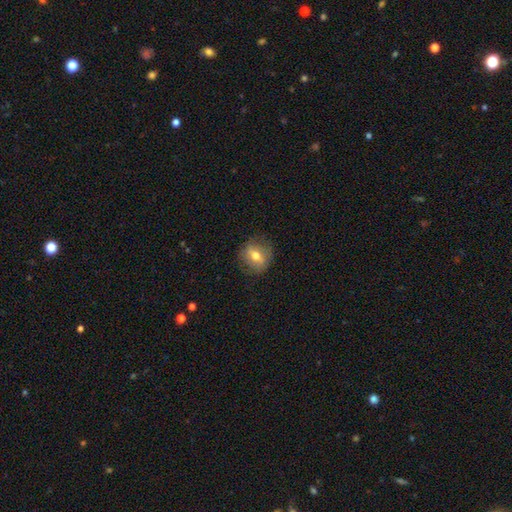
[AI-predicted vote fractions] Morphology: type=smooth (60%); roundness=round (70%); merging=none (80%).